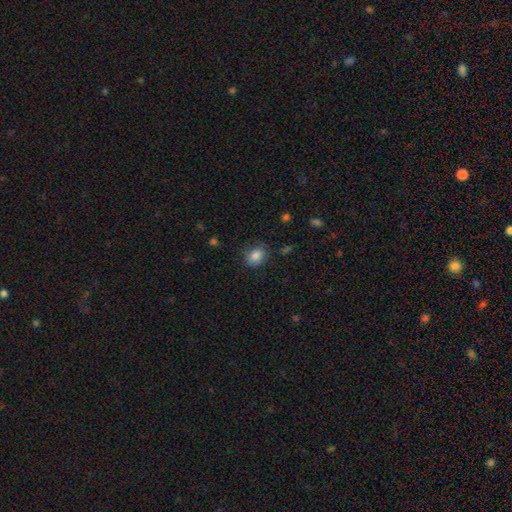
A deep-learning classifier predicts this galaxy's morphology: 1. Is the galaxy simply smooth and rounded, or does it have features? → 85% smooth, 9% star or artifact, 5% featured or disk.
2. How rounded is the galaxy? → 51% in between, 48% round, 1% cigar-shaped.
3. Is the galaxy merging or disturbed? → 82% none, 13% minor disturbance, 3% major disturbance, 1% merger.